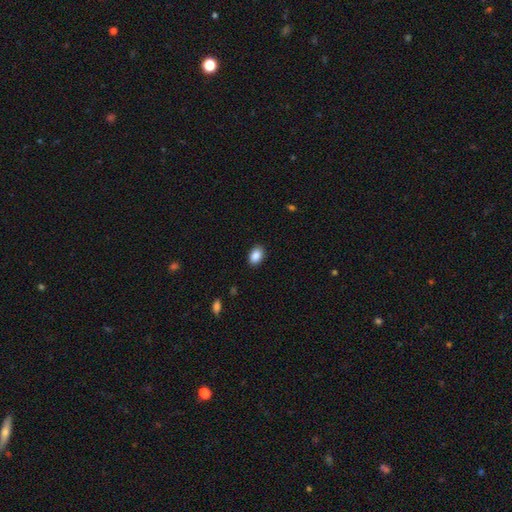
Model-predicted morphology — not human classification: type=smooth (89%); roundness=in between (84%); merging=none (88%).